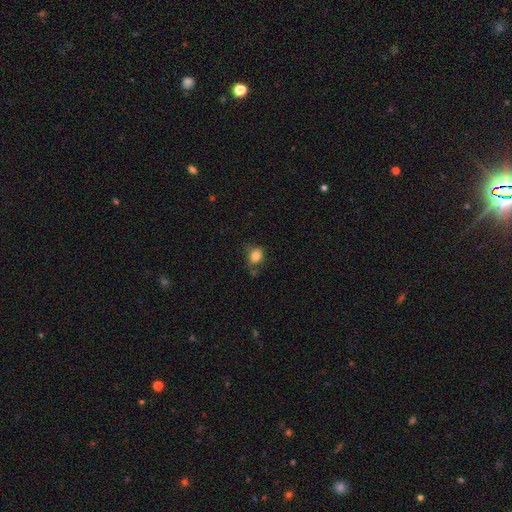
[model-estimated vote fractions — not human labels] smooth_or_featured: smooth (p=0.82) [alt: star or artifact p=0.11]
how_rounded: round (p=0.58) [alt: in between p=0.41]
merging: none (p=0.56) [alt: minor disturbance p=0.28]